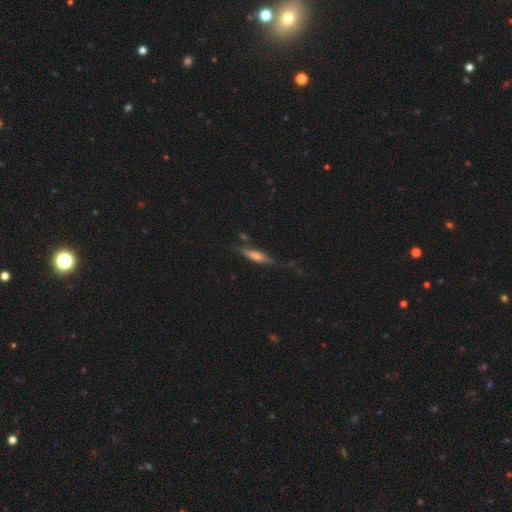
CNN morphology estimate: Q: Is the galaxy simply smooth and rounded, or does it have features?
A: featured or disk — 55%.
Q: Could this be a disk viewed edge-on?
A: yes — 90%.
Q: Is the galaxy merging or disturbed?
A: none — 64%.